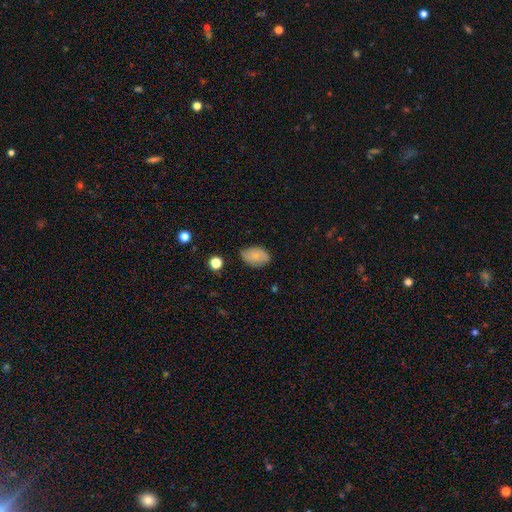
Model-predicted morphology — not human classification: Overall: smooth (70%). How rounded: in between (84%). Merging: none (69%).